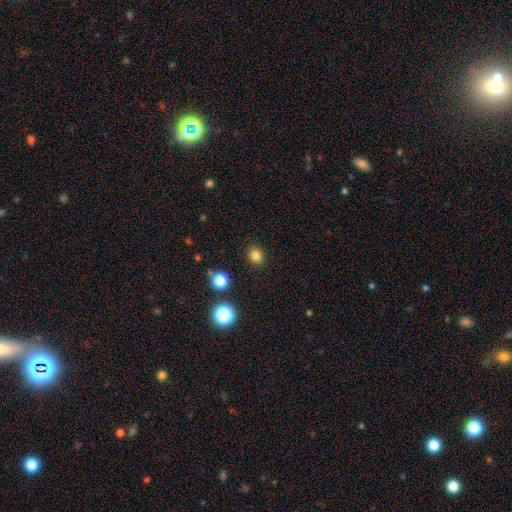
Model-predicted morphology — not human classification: type=smooth (81%); roundness=round (78%); merging=none (90%).